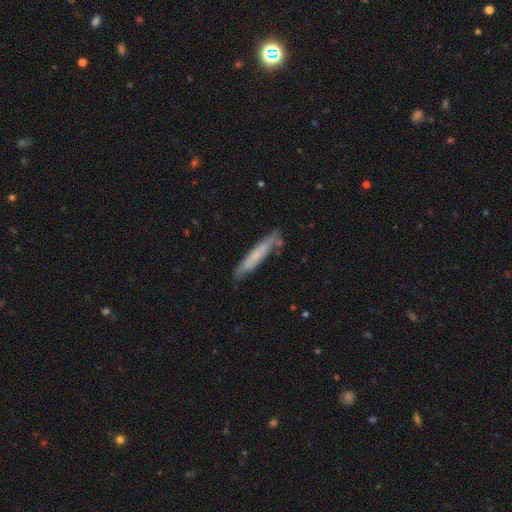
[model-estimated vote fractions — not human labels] Smooth or featured? smooth (59%)
How rounded? cigar-shaped (94%)
Merging? none (76%)